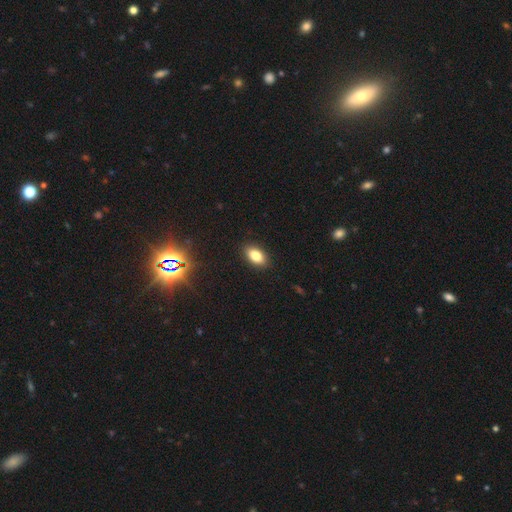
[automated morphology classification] Q: Smooth or featured?
A: smooth (81%); runner-up: star or artifact (11%)
Q: How rounded?
A: in between (91%); runner-up: round (6%)
Q: Merging?
A: none (89%); runner-up: minor disturbance (8%)